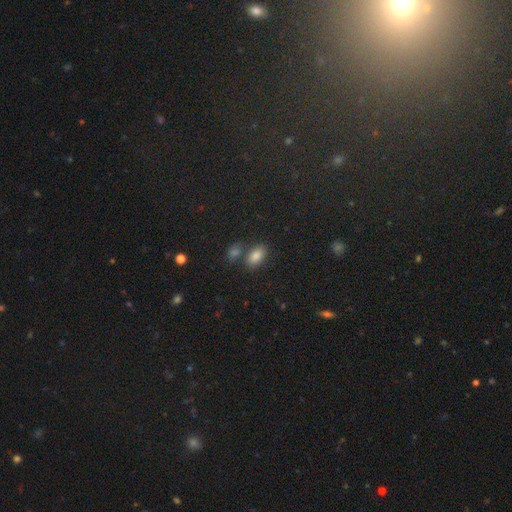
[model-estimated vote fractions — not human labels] Morphology: type=smooth (81%); roundness=in between (89%); merging=none (65%).